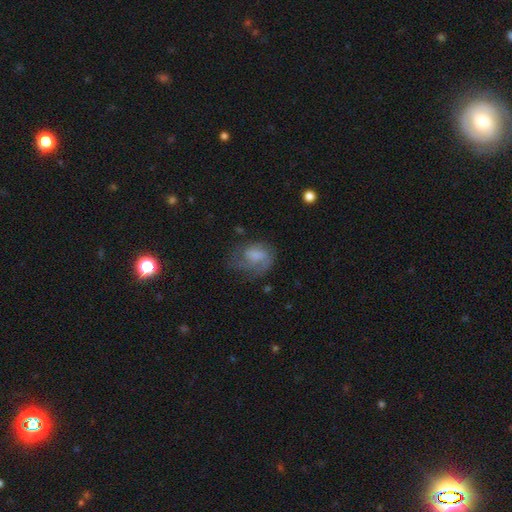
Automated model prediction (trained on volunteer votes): A featured or disk galaxy (46%).

Vote fractions:
- Smooth or featured? featured or disk: 46% / smooth: 45% / star or artifact: 9%
- Merging? none: 40% / major disturbance: 32% / minor disturbance: 26% / merger: 2%